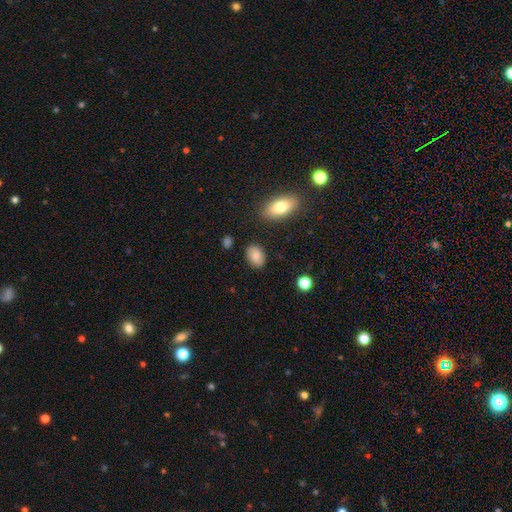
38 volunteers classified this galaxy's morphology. smooth 84%, featured or disk 8%, star or artifact 8%. Down the decision tree: how rounded — in between (88%); merging — none (80%).